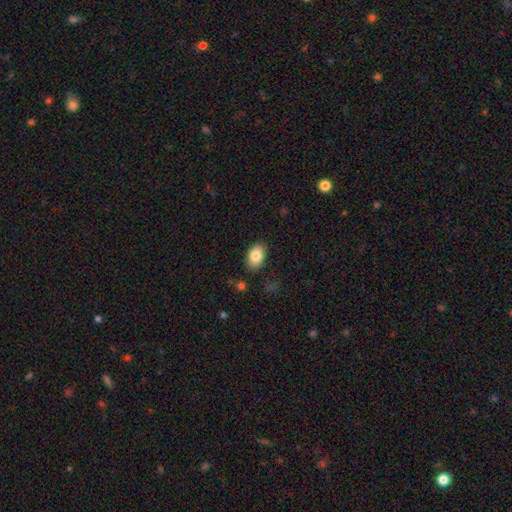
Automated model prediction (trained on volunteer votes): Smooth or featured: smooth — 84% (featured or disk — 9%)
How rounded: in between — 88% (round — 11%)
Merging: none — 85% (minor disturbance — 10%)